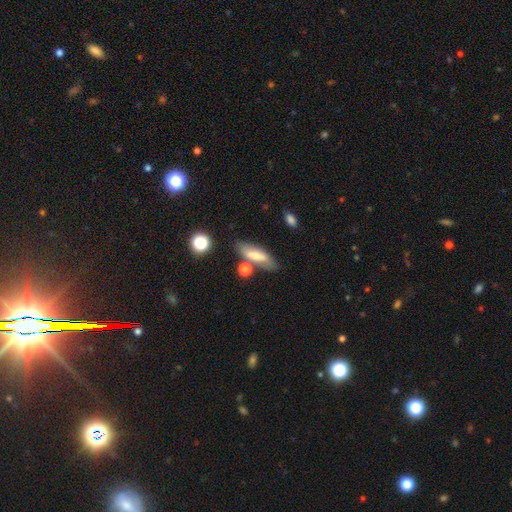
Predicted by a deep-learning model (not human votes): smooth_or_featured: smooth (p=0.57) [alt: featured or disk p=0.35]
how_rounded: in between (p=0.50) [alt: cigar-shaped p=0.47]
merging: none (p=0.68) [alt: minor disturbance p=0.15]